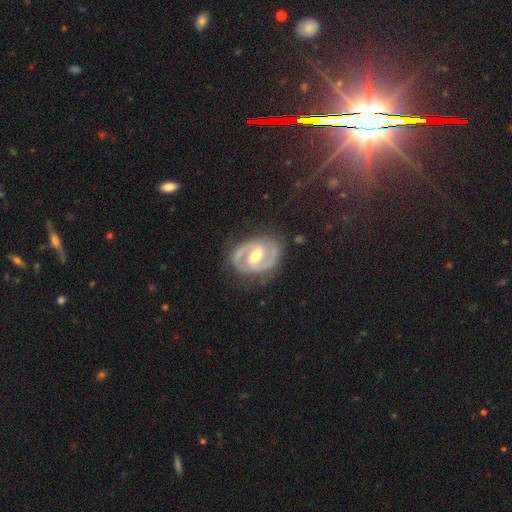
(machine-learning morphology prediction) smooth_or_featured: featured or disk (p=0.91) [alt: smooth p=0.06]
disk_edge_on: no (p=0.98) [alt: yes p=0.02]
bar: weak (p=0.48) [alt: strong p=0.35]
has_spiral_arms: yes (p=0.96) [alt: no p=0.04]
spiral_winding: medium (p=0.50) [alt: tight p=0.41]
spiral_arm_count: 2 (p=0.92) [alt: can't tell p=0.03]
bulge_size: moderate (p=0.74) [alt: small p=0.17]
merging: none (p=0.81) [alt: minor disturbance p=0.13]